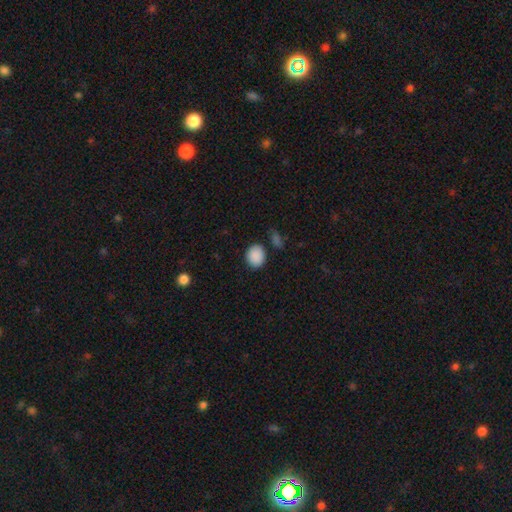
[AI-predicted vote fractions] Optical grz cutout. It shows a smooth galaxy with no disk features (89%) that is round (61%). Merging: none (82%).